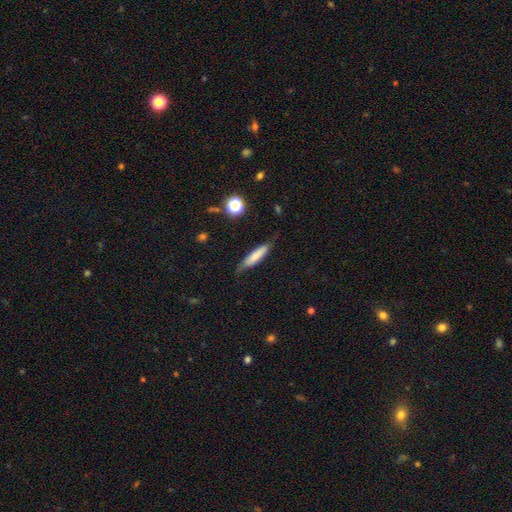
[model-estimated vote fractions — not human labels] Smooth or featured?
  - smooth: 67% *
  - featured or disk: 26%
  - star or artifact: 7%
How rounded?
  - cigar-shaped: 80% *
  - in between: 18%
  - round: 2%
Merging?
  - none: 72% *
  - minor disturbance: 22%
  - major disturbance: 5%
  - merger: 2%